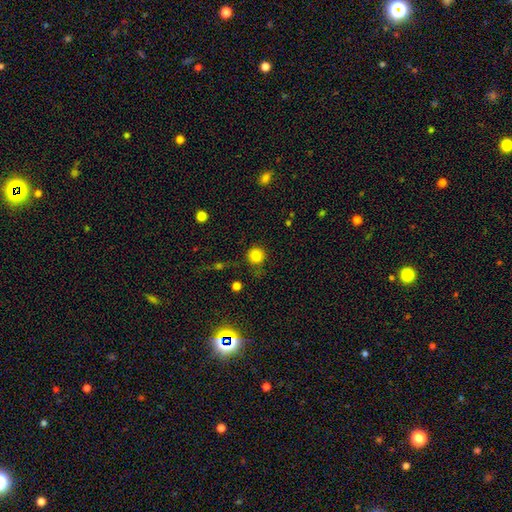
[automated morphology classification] smooth 83%, star or artifact 12%, featured or disk 5%. Down the decision tree: how rounded — round (94%); merging — none (78%).